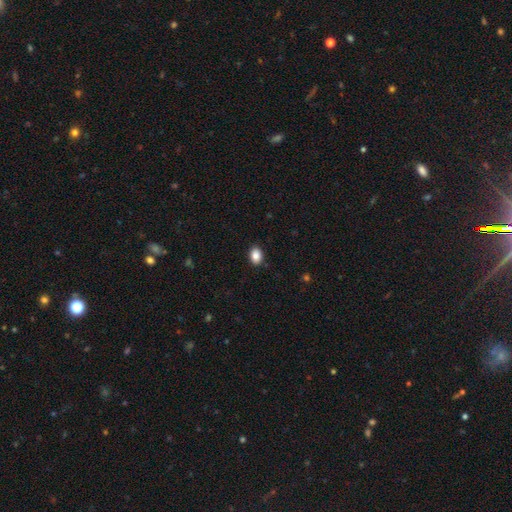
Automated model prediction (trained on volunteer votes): Smooth or featured? Predicted: smooth (p=0.88). How rounded? Predicted: in between (p=0.80). Merging? Predicted: none (p=0.89).